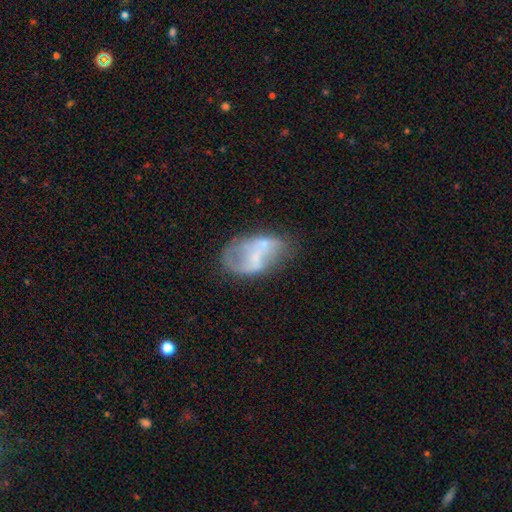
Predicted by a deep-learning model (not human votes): Smooth or featured: featured or disk — 56% (smooth — 35%)
Edge-on disk: no — 96% (yes — 4%)
Bar: no — 57% (weak — 31%)
Spiral arms: no — 58% (yes — 42%)
Bulge size: none — 44% (small — 36%)
Merging: none — 36% (minor disturbance — 26%)